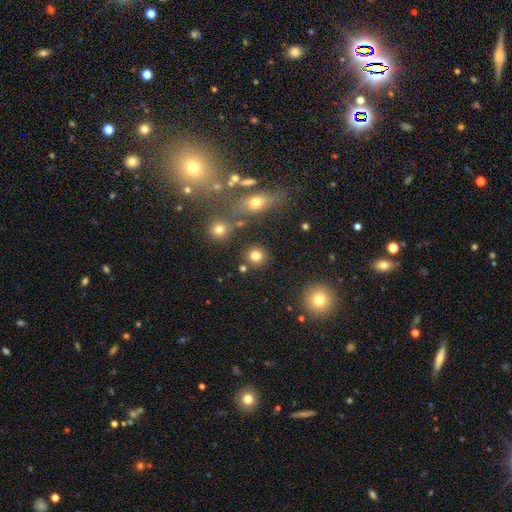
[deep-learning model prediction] Morphology: type=smooth (79%); roundness=round (90%); merging=none (84%).